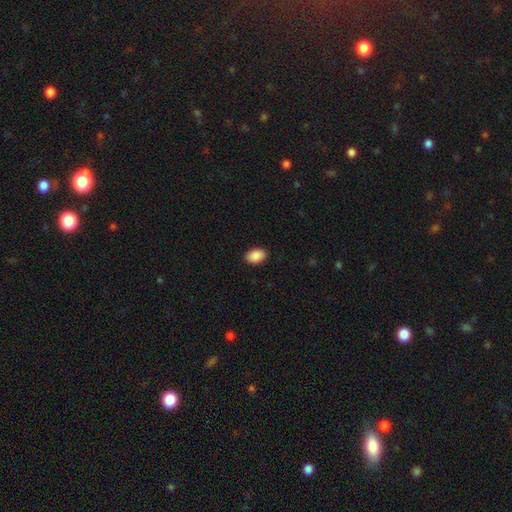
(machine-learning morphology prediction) A smooth galaxy with no disk features (90%) that is in between round and cigar-shaped (83%). Merging: none (90%).